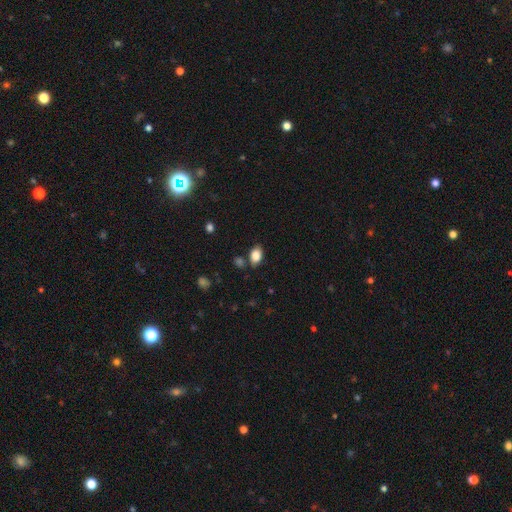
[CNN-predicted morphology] A smooth galaxy with no disk features (86%) that is in between round and cigar-shaped (85%). Merging: none (73%).